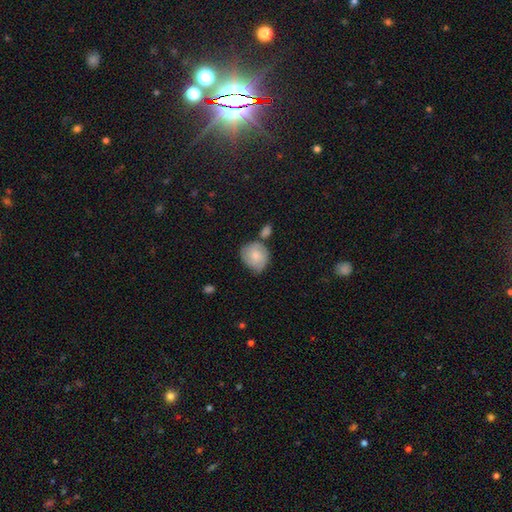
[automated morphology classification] Smooth or featured: smooth — 74% (featured or disk — 20%)
How rounded: round — 74% (in between — 25%)
Merging: none — 50% (minor disturbance — 26%)